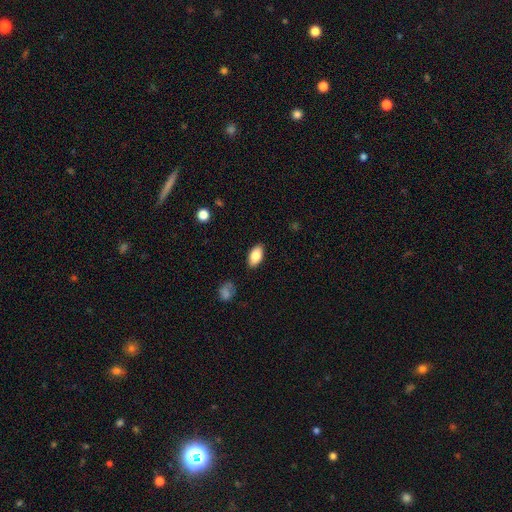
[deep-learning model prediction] Overall: smooth (84%). How rounded: in between (92%). Merging: none (86%).